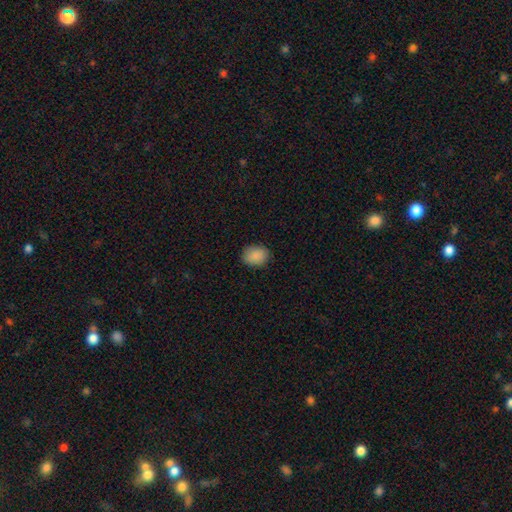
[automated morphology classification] The model was most divided on "how rounded": in between: 55%, round: 44%, cigar-shaped: 1%. More confident: smooth or featured — smooth (89%); merging — none (87%).